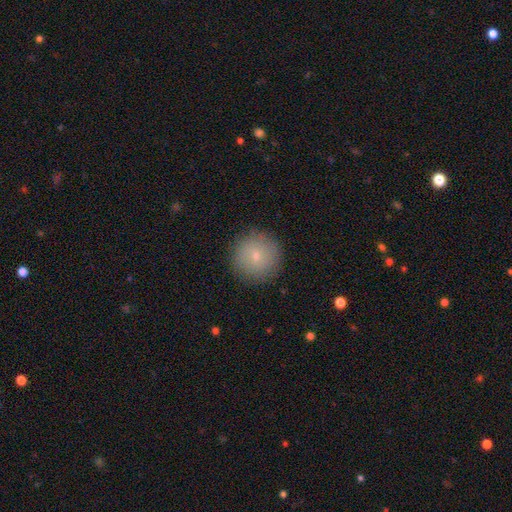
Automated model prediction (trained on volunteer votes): A smooth galaxy with no disk features (76%) that is round (95%).

Vote fractions:
- Smooth or featured? smooth: 76% / featured or disk: 15% / star or artifact: 9%
- How rounded? round: 95% / in between: 4% / cigar-shaped: 1%
- Merging? none: 89% / minor disturbance: 8% / major disturbance: 2% / merger: 1%